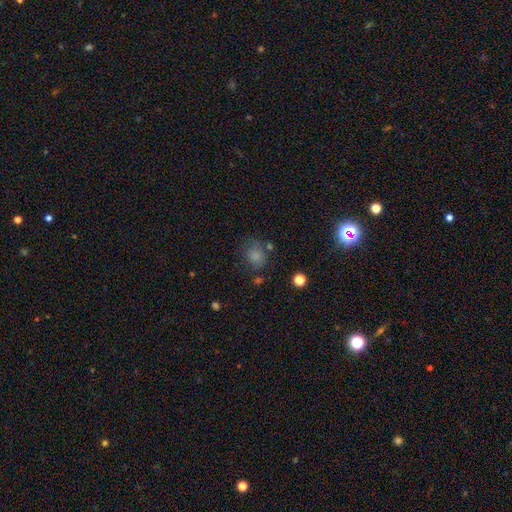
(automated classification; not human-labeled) A smooth galaxy with no disk features (77%) that is round (65%).

Vote fractions:
- Smooth or featured? smooth: 77% / star or artifact: 15% / featured or disk: 8%
- How rounded? round: 65% / in between: 34% / cigar-shaped: 1%
- Merging? none: 63% / minor disturbance: 21% / major disturbance: 9% / merger: 7%